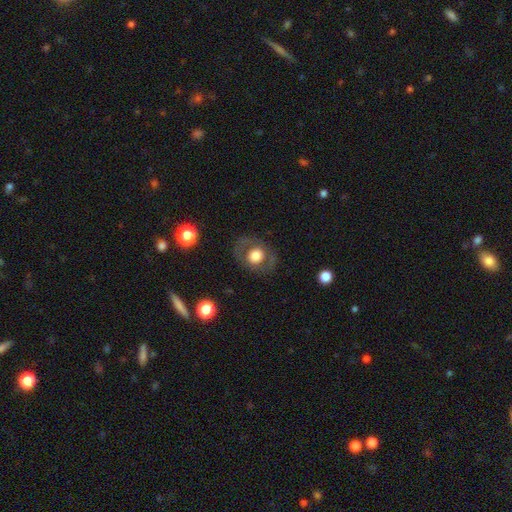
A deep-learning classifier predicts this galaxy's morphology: Smooth or featured? smooth (58%)
How rounded? round (69%)
Merging? none (79%)